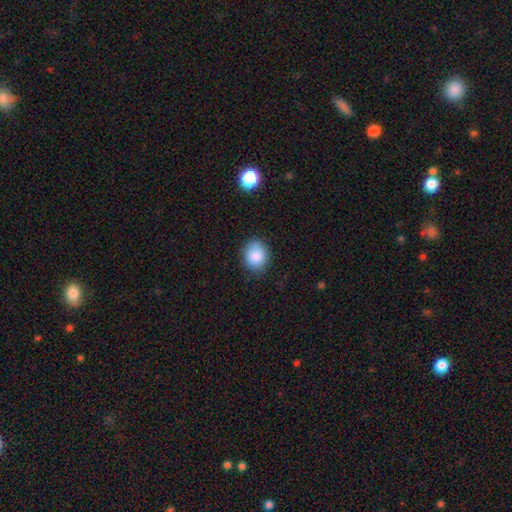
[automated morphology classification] Overall: smooth (86%). How rounded: round (58%; in between 41%). Merging: none (83%).